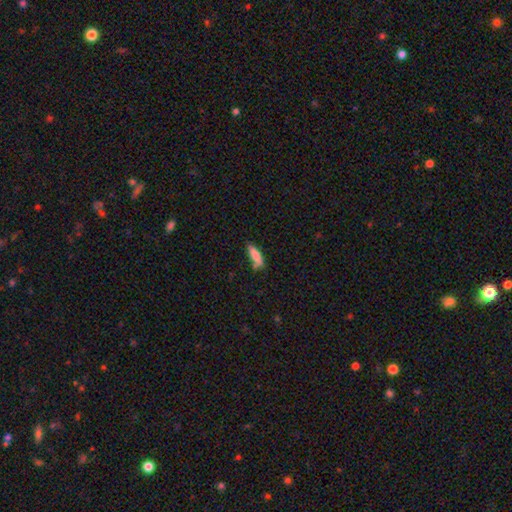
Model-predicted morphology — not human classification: smooth 76%, featured or disk 18%, star or artifact 7%. Down the decision tree: how rounded — cigar-shaped (59%); merging — none (63%).